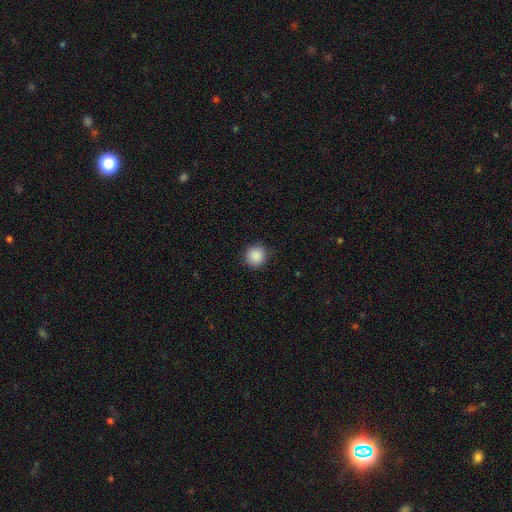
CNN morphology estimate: smooth_or_featured: smooth (p=0.88) [alt: star or artifact p=0.09]
how_rounded: round (p=0.93) [alt: in between p=0.06]
merging: none (p=0.86) [alt: minor disturbance p=0.10]